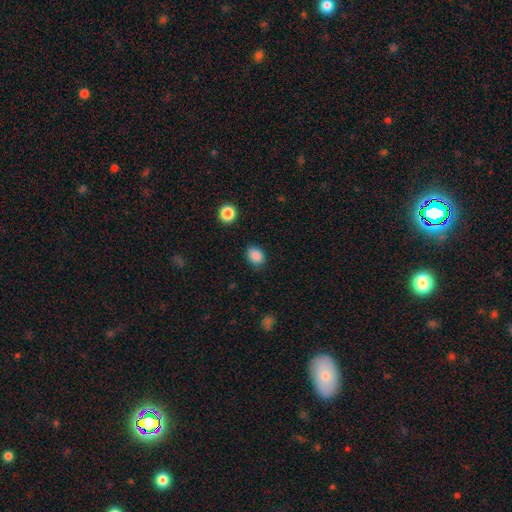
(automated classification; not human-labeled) Overall: smooth (87%). How rounded: in between (53%; round 46%). Merging: none (83%).